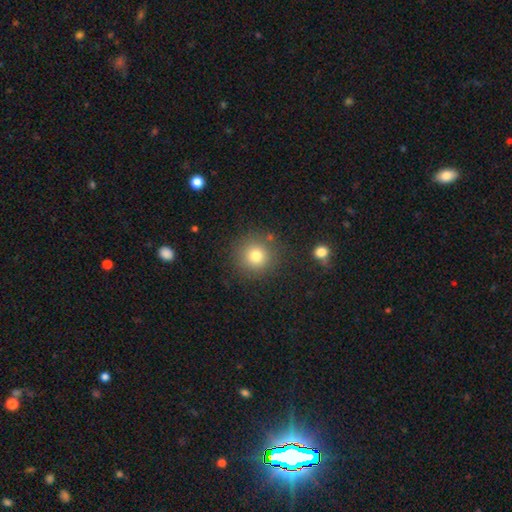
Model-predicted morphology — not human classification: This appears to be a smooth galaxy with no disk features (78%) that is round (94%). Merging: none (85%).